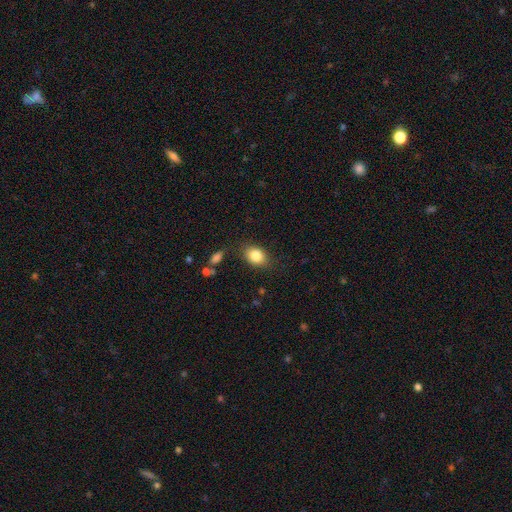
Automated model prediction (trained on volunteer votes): The model was most divided on "how rounded": in between: 67%, round: 32%, cigar-shaped: 1%. More confident: smooth or featured — smooth (84%); merging — none (79%).